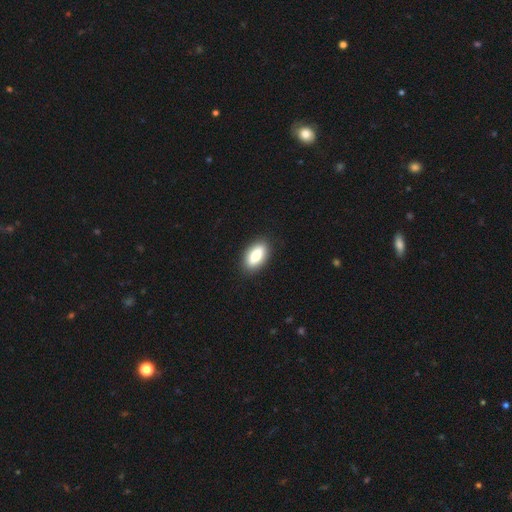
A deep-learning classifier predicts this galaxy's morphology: The model was most divided on "smooth or featured": smooth: 76%, featured or disk: 17%, star or artifact: 7%. More confident: merging — none (89%); how rounded — in between (88%).